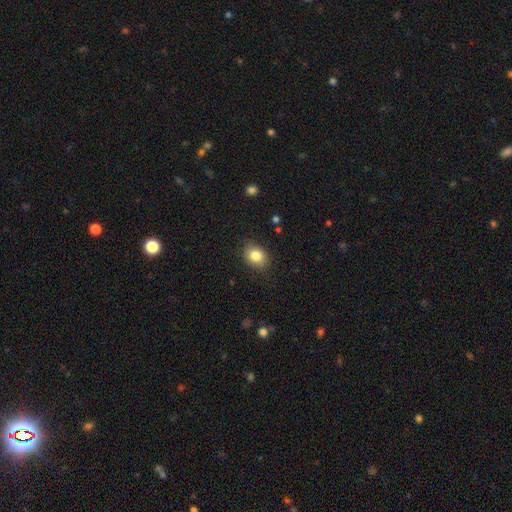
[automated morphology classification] Overall: smooth (83%). How rounded: in between (56%; round 43%). Merging: none (82%).